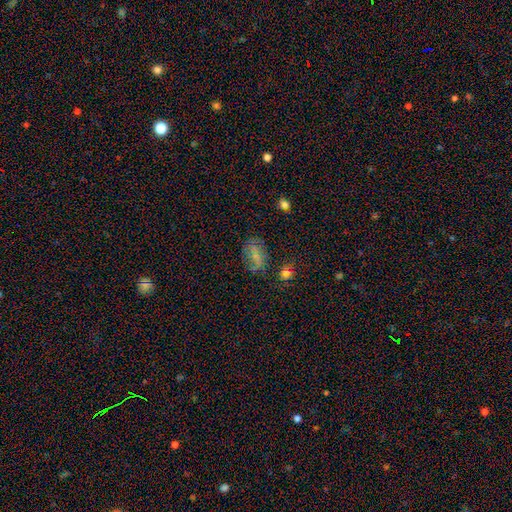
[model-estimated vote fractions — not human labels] Smooth or featured: smooth — 53% (featured or disk — 28%)
How rounded: in between — 83% (round — 15%)
Merging: none — 63% (minor disturbance — 23%)